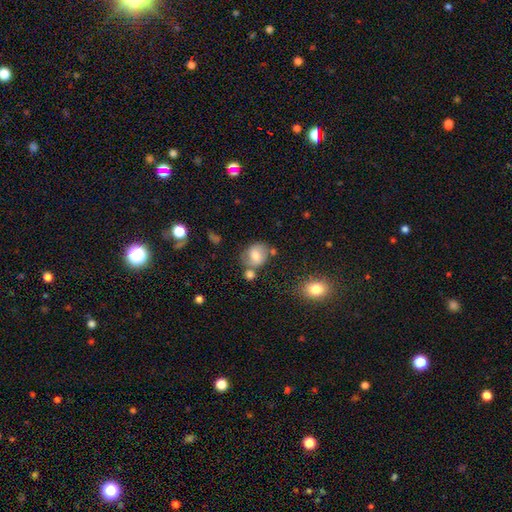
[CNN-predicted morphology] Overall: smooth (63%; featured or disk 27%). How rounded: round (63%; in between 36%). Merging: none (56%; minor disturbance 19%).